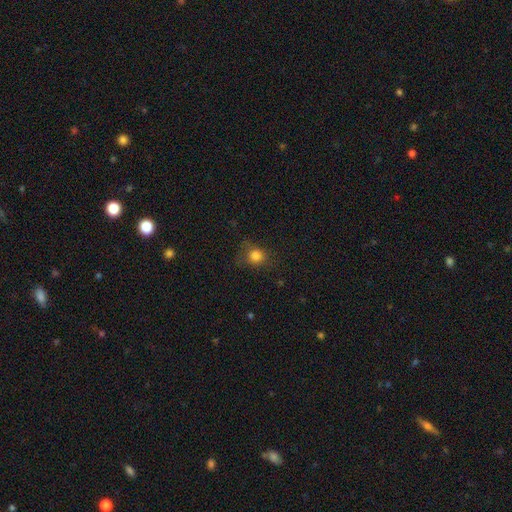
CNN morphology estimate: smooth-or-featured: smooth: 79% | star or artifact: 13% | featured or disk: 8%
  how-rounded: round: 78% | in between: 20% | cigar-shaped: 1%
  merging: none: 67% | minor disturbance: 21% | major disturbance: 10% | merger: 2%